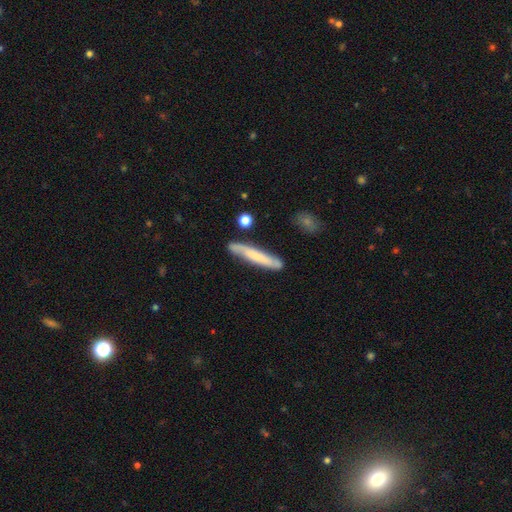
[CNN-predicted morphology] Overall: smooth (53%; featured or disk 41%). How rounded: cigar-shaped (93%). Merging: none (76%).